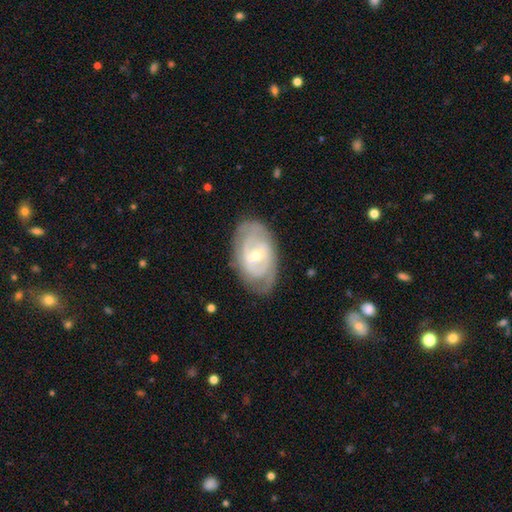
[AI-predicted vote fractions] A featured or disk galaxy (77%) with a weak bar (47%), 2 (45%) tight (61%) spiral arms (81%) and a small central bulge (51%).

Vote fractions:
- Smooth or featured? featured or disk: 77% / smooth: 18% / star or artifact: 5%
- Edge-on disk? no: 95% / yes: 5%
- Bar? weak: 47% / no: 36% / strong: 17%
- Spiral arms? yes: 81% / no: 19%
- Spiral winding? tight: 61% / medium: 30% / loose: 9%
- Spiral arm count? 2: 45% / can't tell: 37% / 3: 9% / 1: 3% / 4: 3% / more than 4: 2%
- Bulge size? small: 51% / moderate: 46% / large: 2% / none: 1% / dominant: 1%
- Merging? none: 76% / minor disturbance: 17% / major disturbance: 5% / merger: 1%